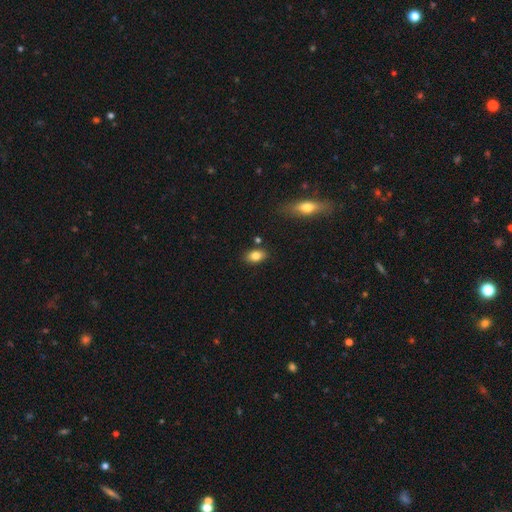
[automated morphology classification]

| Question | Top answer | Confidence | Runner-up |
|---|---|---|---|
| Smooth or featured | smooth | 81% | featured or disk (11%) |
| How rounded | in between | 85% | round (12%) |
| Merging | none | 83% | minor disturbance (11%) |